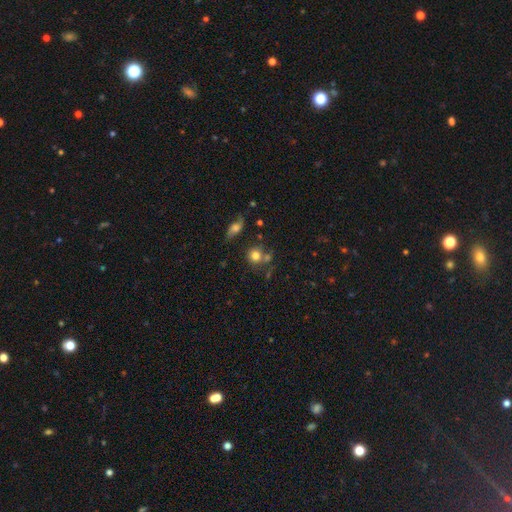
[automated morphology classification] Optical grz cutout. It shows a smooth galaxy with no disk features (76%) that is round (86%). Merging: none (59%).